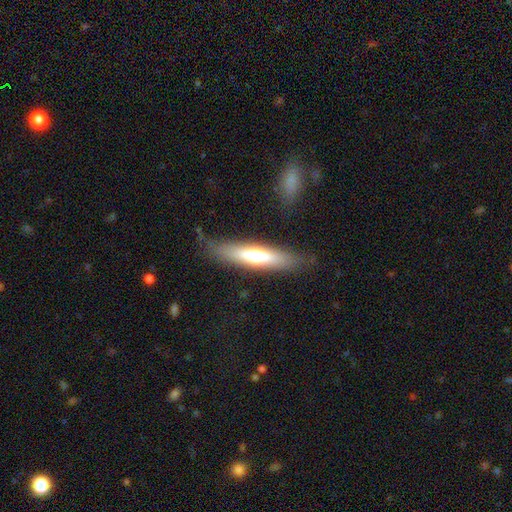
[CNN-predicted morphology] Smooth or featured? smooth (57%)
How rounded? cigar-shaped (72%)
Merging? none (82%)